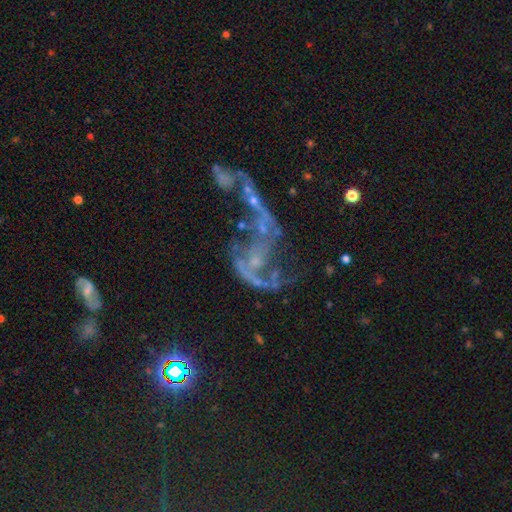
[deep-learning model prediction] This is likely a featured or disk galaxy (61%). It is clearly not viewed edge-on (95%). Bar: likely no (64%). Spiral arm pattern: likely yes (65%). Central bulge: marginally small (45%). Merging: marginally major disturbance (36%).